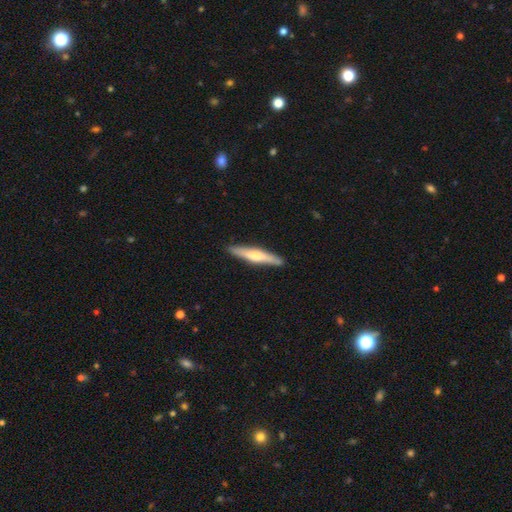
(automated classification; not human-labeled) smooth 50%, featured or disk 45%, star or artifact 5%. Down the decision tree: merging — none (87%).